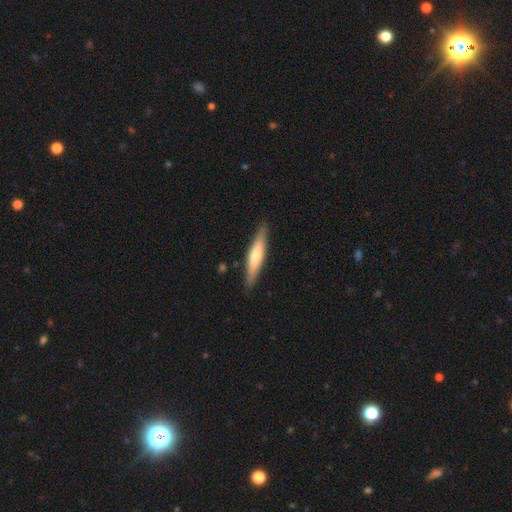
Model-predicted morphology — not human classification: Q: Smooth or featured?
A: smooth (54%); runner-up: featured or disk (41%)
Q: How rounded?
A: cigar-shaped (88%); runner-up: in between (11%)
Q: Merging?
A: none (88%); runner-up: minor disturbance (9%)